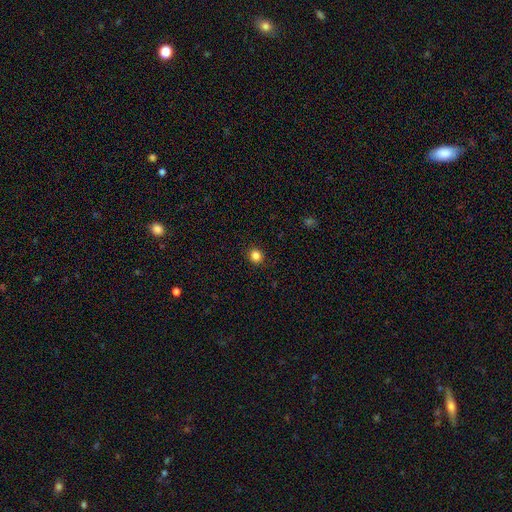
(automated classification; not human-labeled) Morphology: type=smooth (84%); roundness=round (87%); merging=none (91%).